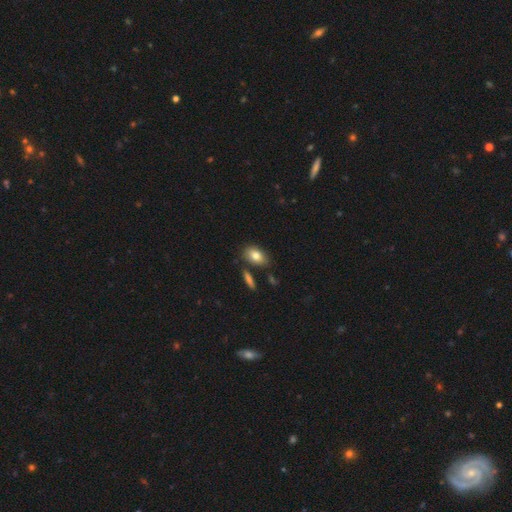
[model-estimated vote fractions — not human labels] smooth-or-featured: smooth: 79% | featured or disk: 13% | star or artifact: 8%
  how-rounded: in between: 87% | round: 10% | cigar-shaped: 3%
  merging: none: 74% | minor disturbance: 15% | merger: 8% | major disturbance: 3%